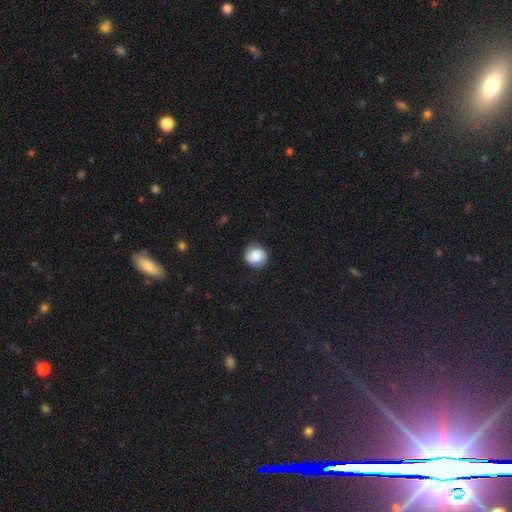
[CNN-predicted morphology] A smooth galaxy with no disk features (75%) that is round (89%). Merging: none (83%).